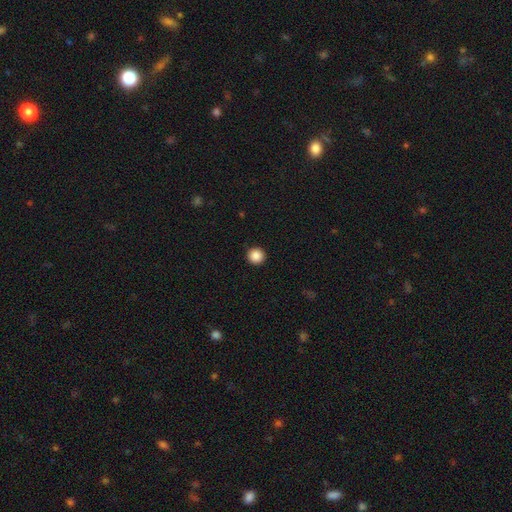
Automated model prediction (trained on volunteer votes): This appears to be a smooth galaxy with no disk features (87%) that is round (96%). Merging: none (93%).